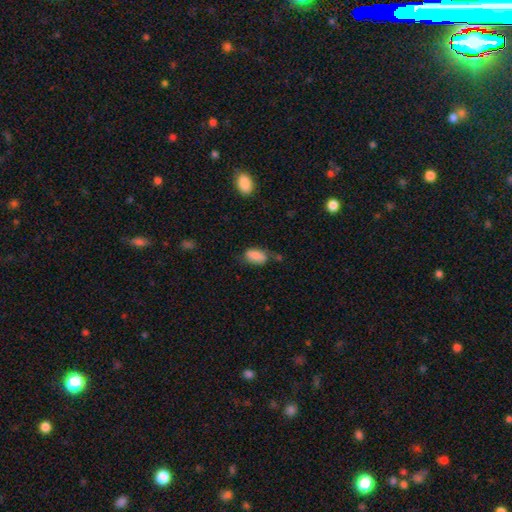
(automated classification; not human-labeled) smooth_or_featured: smooth (p=0.81) [alt: featured or disk p=0.11]
how_rounded: in between (p=0.92) [alt: round p=0.06]
merging: none (p=0.52) [alt: minor disturbance p=0.32]